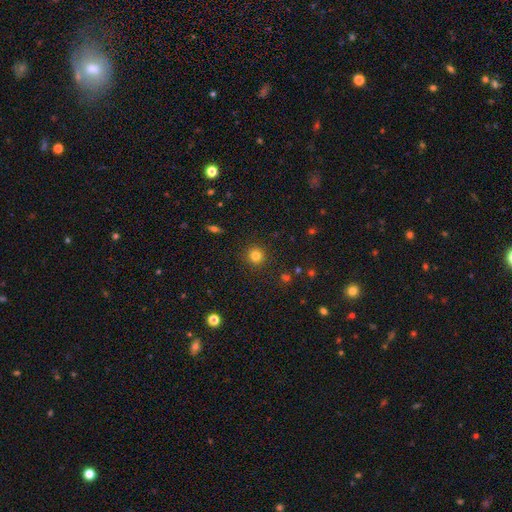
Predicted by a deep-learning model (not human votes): The model was most divided on "smooth or featured": smooth: 81%, star or artifact: 14%, featured or disk: 6%. More confident: how rounded — round (94%); merging — none (91%).